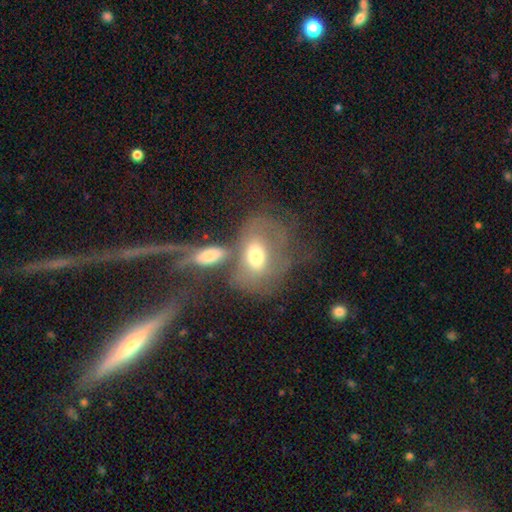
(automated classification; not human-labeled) smooth 49%, featured or disk 43%, star or artifact 9%. Down the decision tree: merging — merger (43%).